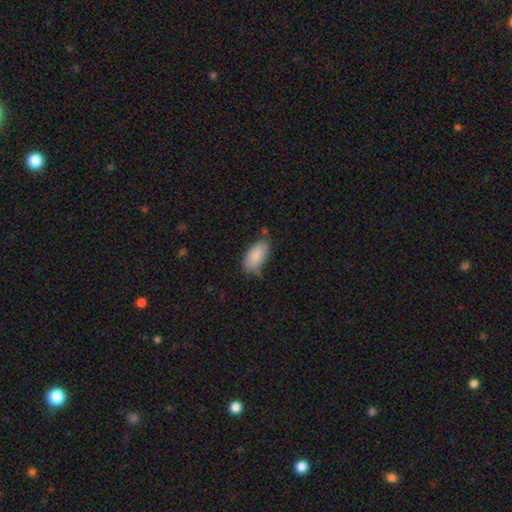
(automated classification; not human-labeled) Overall: smooth (86%). How rounded: in between (93%). Merging: none (54%; minor disturbance 33%).